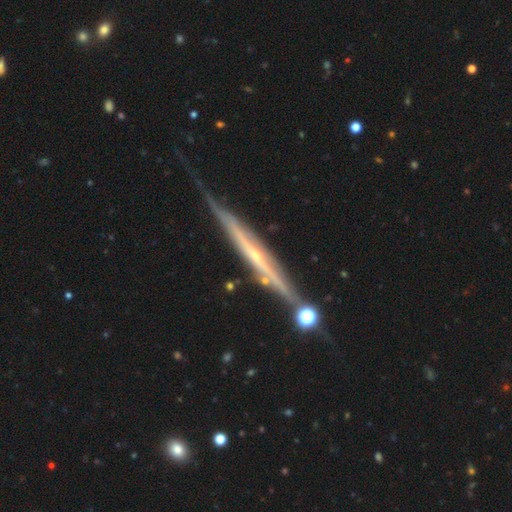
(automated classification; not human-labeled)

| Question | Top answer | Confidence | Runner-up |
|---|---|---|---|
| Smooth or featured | featured or disk | 81% | smooth (13%) |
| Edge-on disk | yes | 93% | no (7%) |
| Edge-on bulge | none | 58% | rounded (37%) |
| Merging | none | 71% | minor disturbance (20%) |